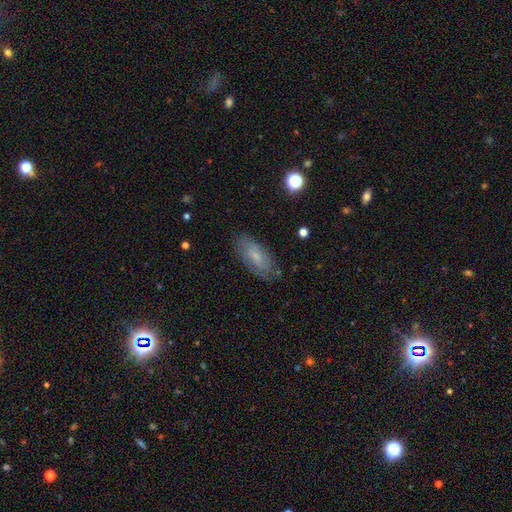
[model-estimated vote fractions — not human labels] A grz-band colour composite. It shows a smooth galaxy with no disk features (55%) that is in between round and cigar-shaped (85%). Merging: none (79%).